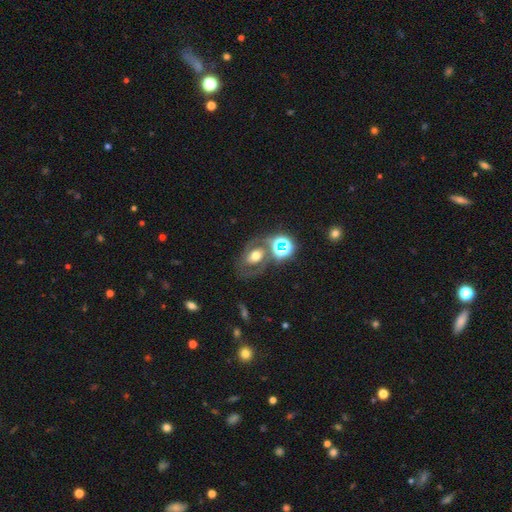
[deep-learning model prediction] This appears to be a featured or disk galaxy (47%). Merging: none (56%).